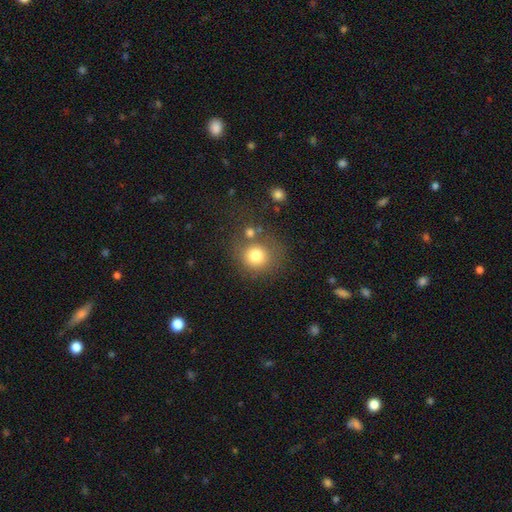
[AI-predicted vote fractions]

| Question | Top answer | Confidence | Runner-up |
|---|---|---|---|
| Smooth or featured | smooth | 78% | star or artifact (12%) |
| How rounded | round | 86% | in between (13%) |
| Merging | none | 65% | merger (15%) |